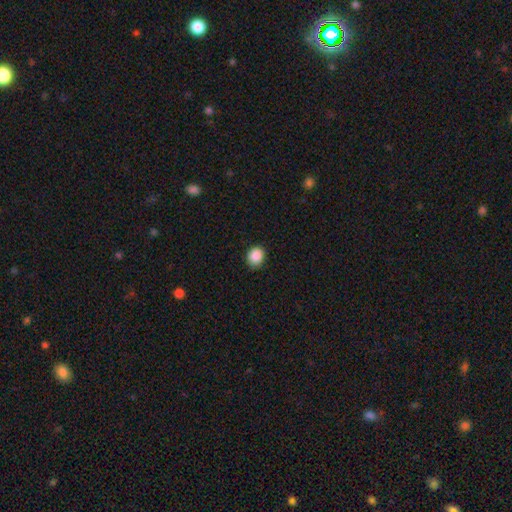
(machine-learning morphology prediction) This is clearly a smooth galaxy (89%). How rounded: likely round (63%). Merging: clearly none (86%).